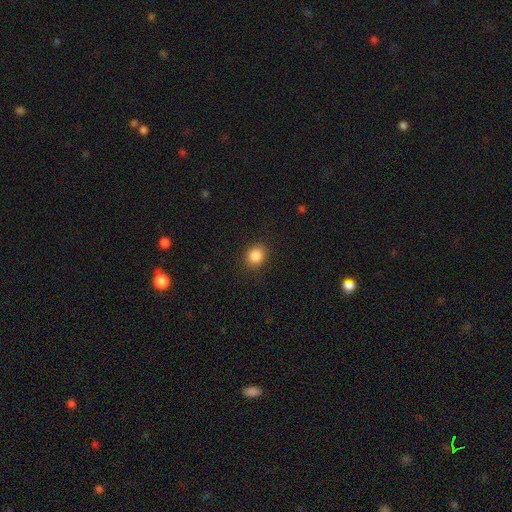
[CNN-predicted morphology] A smooth galaxy with no disk features (86%) that is round (71%). Merging: none (89%).